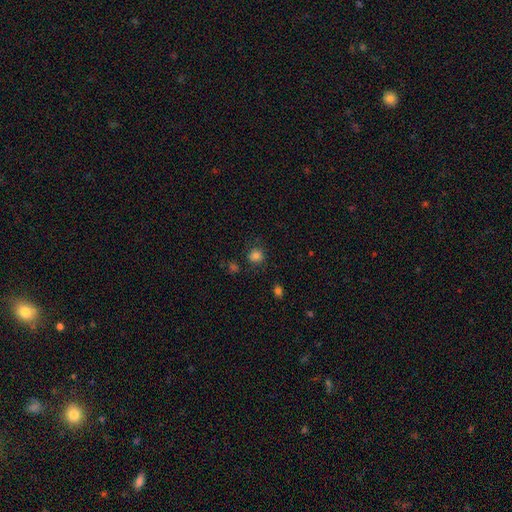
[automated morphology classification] Smooth or featured?
  - smooth: 81% *
  - star or artifact: 14%
  - featured or disk: 5%
How rounded?
  - round: 87% *
  - in between: 12%
  - cigar-shaped: 1%
Merging?
  - none: 79% *
  - minor disturbance: 13%
  - major disturbance: 5%
  - merger: 4%